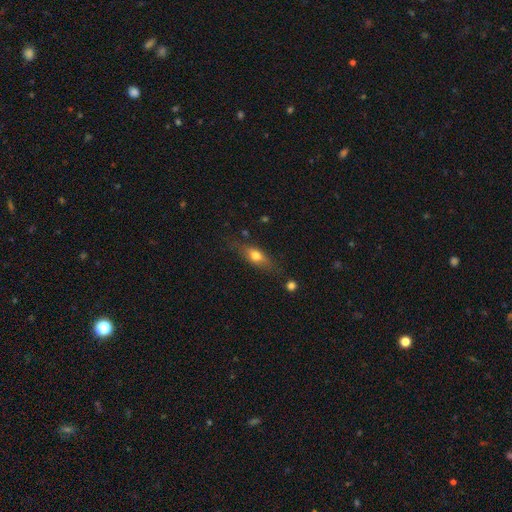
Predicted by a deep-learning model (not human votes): smooth-or-featured: smooth: 63% | featured or disk: 29% | star or artifact: 8%
  how-rounded: in between: 60% | cigar-shaped: 34% | round: 7%
  merging: none: 72% | minor disturbance: 19% | major disturbance: 6% | merger: 3%